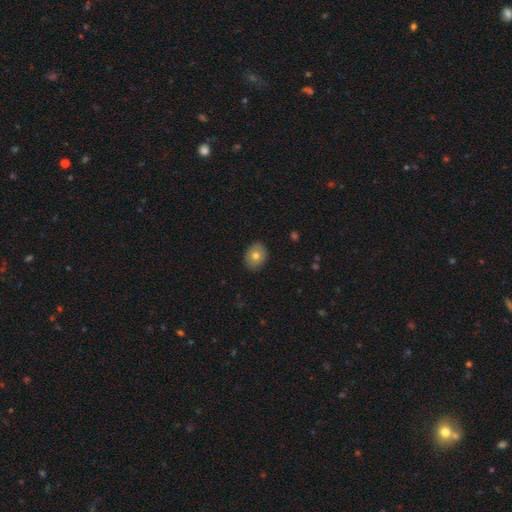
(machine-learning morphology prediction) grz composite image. It shows a smooth galaxy with no disk features (74%) that is in between round and cigar-shaped (58%). Merging: none (87%).